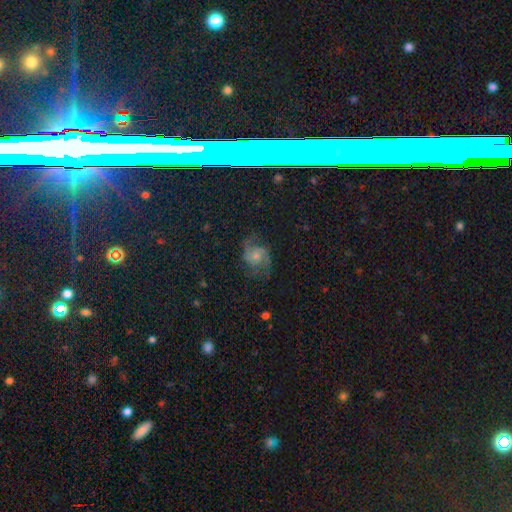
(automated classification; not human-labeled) This appears to be a featured or disk galaxy (70%) with no bar (74%), 2 (59%) medium (49%) spiral arms (92%) and a small central bulge (53%). Merging: none (60%).